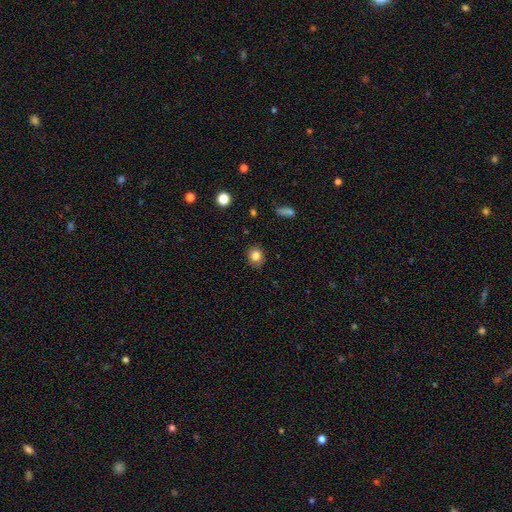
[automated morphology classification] Smooth or featured? smooth (83%)
How rounded? round (69%)
Merging? none (86%)